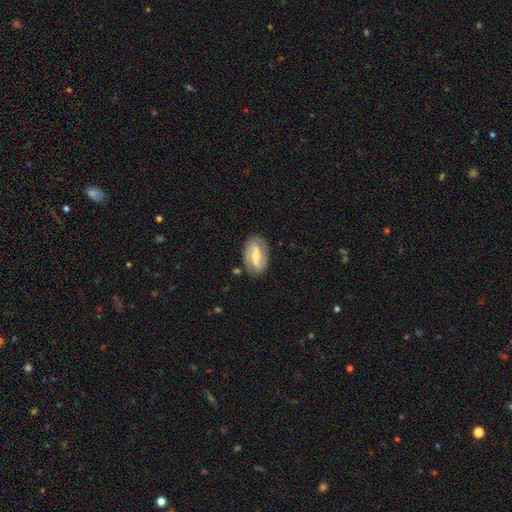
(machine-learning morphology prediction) This appears to be a featured or disk galaxy (77%) with a strong bar (43%), 2 (88%) medium (42%) spiral arms (91%) and a moderate central bulge (47%). Merging: none (80%).